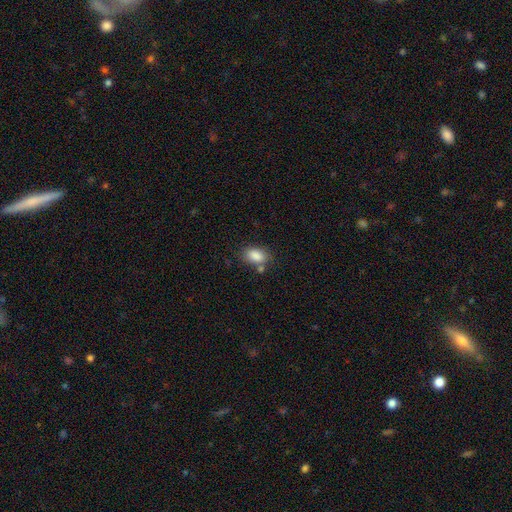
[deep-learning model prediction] Q: Smooth or featured?
A: smooth (86%); runner-up: star or artifact (8%)
Q: How rounded?
A: in between (86%); runner-up: round (12%)
Q: Merging?
A: none (65%); runner-up: minor disturbance (17%)